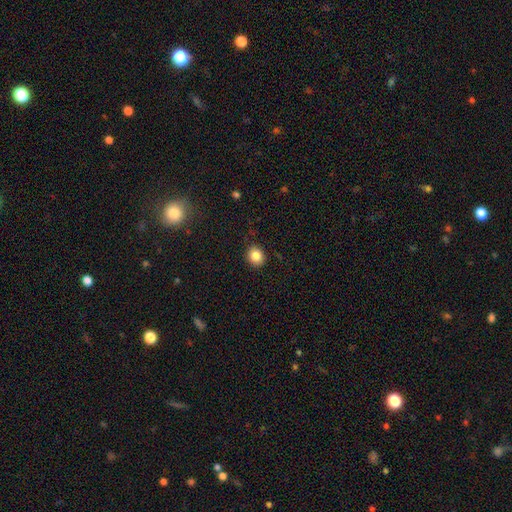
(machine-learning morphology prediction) Smooth or featured: smooth — 85% (star or artifact — 10%)
How rounded: round — 71% (in between — 29%)
Merging: none — 89% (minor disturbance — 8%)